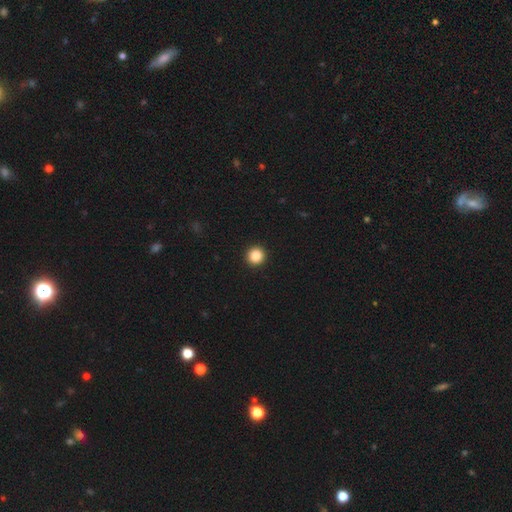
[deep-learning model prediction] A smooth galaxy with no disk features (86%) that is round (95%).

Vote fractions:
- Smooth or featured? smooth: 86% / star or artifact: 10% / featured or disk: 4%
- How rounded? round: 95% / in between: 4% / cigar-shaped: 1%
- Merging? none: 94% / minor disturbance: 4% / major disturbance: 1% / merger: 1%